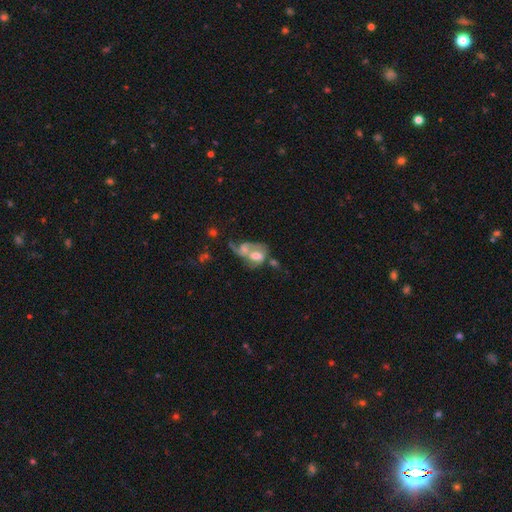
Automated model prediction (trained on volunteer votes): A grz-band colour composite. It shows a featured or disk galaxy (56%) with no bar (59%), spiral arms (63%) and a moderate central bulge (56%). Merging: merger (64%).